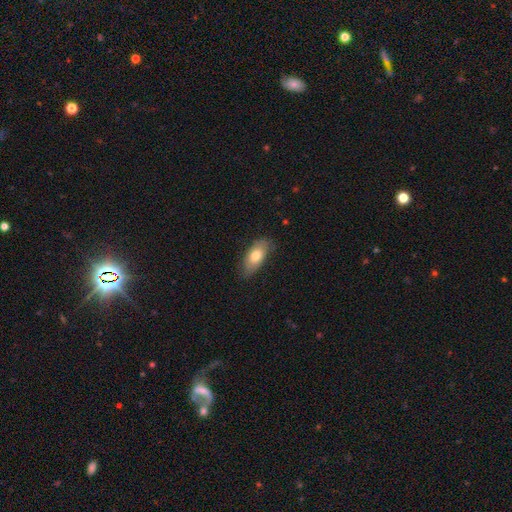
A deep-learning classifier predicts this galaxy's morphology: Overall: smooth (73%). How rounded: in between (88%). Merging: none (74%).